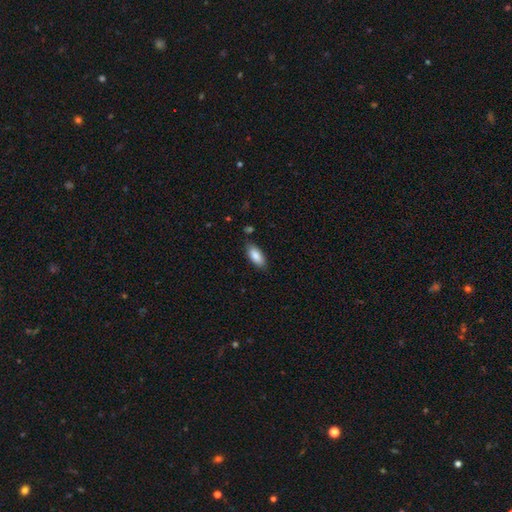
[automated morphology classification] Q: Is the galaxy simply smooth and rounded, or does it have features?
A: smooth — 85%.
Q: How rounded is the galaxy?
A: in between — 87%.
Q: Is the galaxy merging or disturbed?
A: none — 82%.